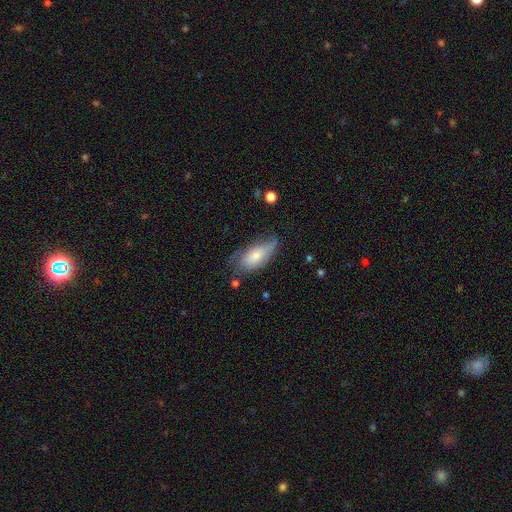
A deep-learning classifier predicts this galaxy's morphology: Smooth or featured?
  - smooth: 60% *
  - featured or disk: 33%
  - star or artifact: 7%
How rounded?
  - in between: 86% *
  - cigar-shaped: 11%
  - round: 3%
Merging?
  - none: 48% *
  - minor disturbance: 34%
  - major disturbance: 16%
  - merger: 3%